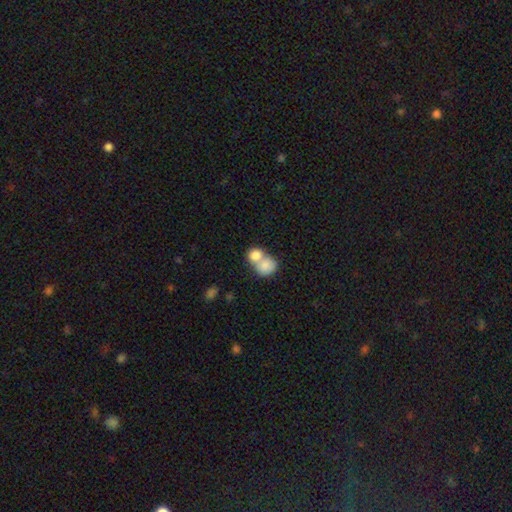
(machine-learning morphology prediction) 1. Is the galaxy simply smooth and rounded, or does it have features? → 80% smooth, 12% featured or disk, 7% star or artifact.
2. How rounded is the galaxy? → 66% round, 33% in between, 1% cigar-shaped.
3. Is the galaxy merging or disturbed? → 71% merger, 21% none, 5% minor disturbance, 3% major disturbance.